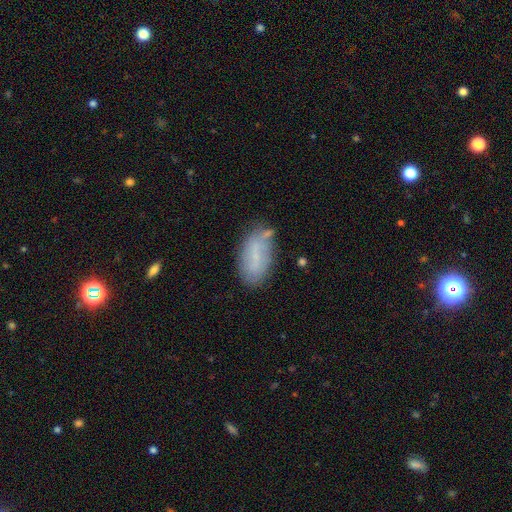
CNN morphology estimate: smooth-or-featured: smooth: 63% | featured or disk: 29% | star or artifact: 9%
  how-rounded: in between: 91% | cigar-shaped: 6% | round: 3%
  merging: none: 60% | minor disturbance: 26% | major disturbance: 7% | merger: 7%